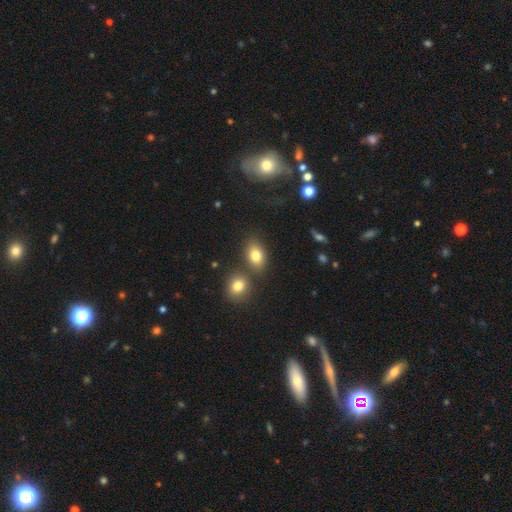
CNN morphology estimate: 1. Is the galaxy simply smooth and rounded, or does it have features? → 79% smooth, 11% star or artifact, 10% featured or disk.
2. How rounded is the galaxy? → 76% in between, 23% round, 2% cigar-shaped.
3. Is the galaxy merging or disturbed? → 66% none, 19% merger, 11% minor disturbance, 4% major disturbance.